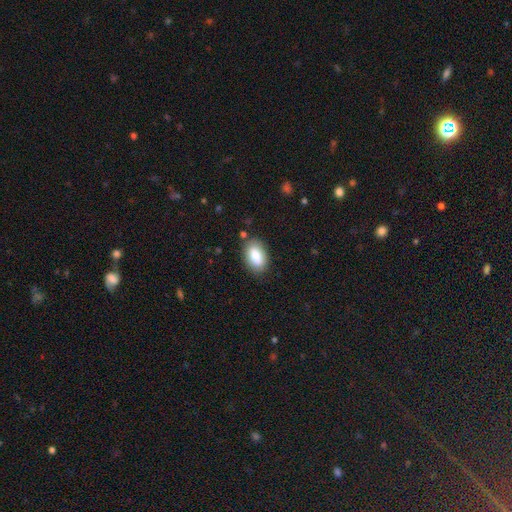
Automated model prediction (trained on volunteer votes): Morphology: type=smooth (83%); roundness=in between (92%); merging=none (83%).